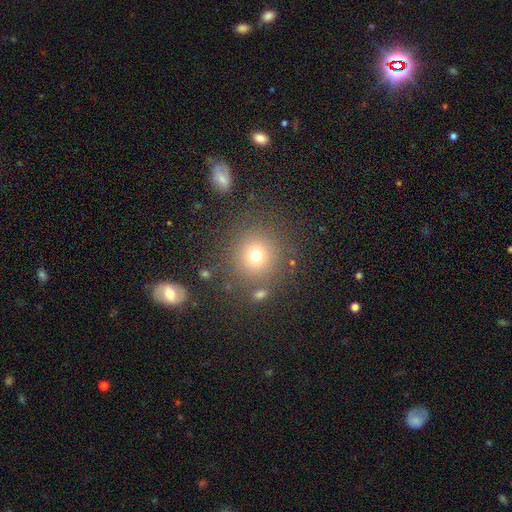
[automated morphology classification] This appears to be a smooth galaxy with no disk features (72%) that is round (92%). Merging: none (83%).